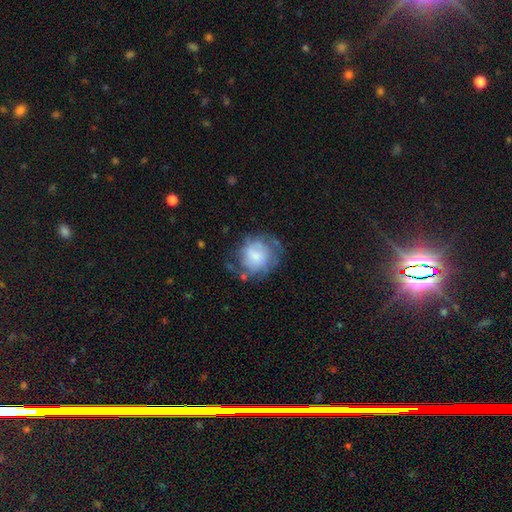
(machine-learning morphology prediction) Smooth or featured? Predicted: smooth (p=0.52). How rounded? Predicted: round (p=0.75). Merging? Predicted: none (p=0.48).